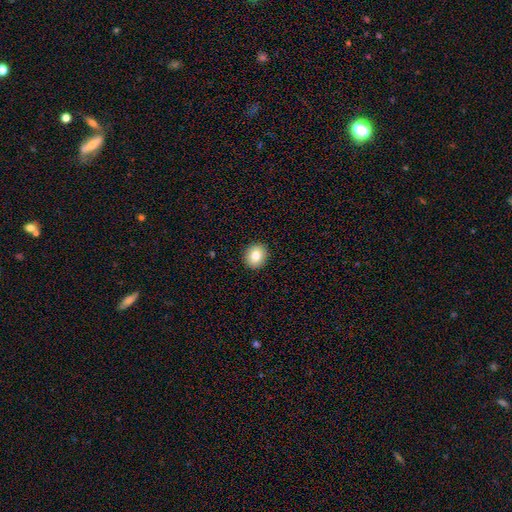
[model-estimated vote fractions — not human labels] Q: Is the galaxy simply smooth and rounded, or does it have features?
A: smooth — 82%.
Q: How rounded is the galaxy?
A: round — 80%.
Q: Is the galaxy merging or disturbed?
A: none — 92%.